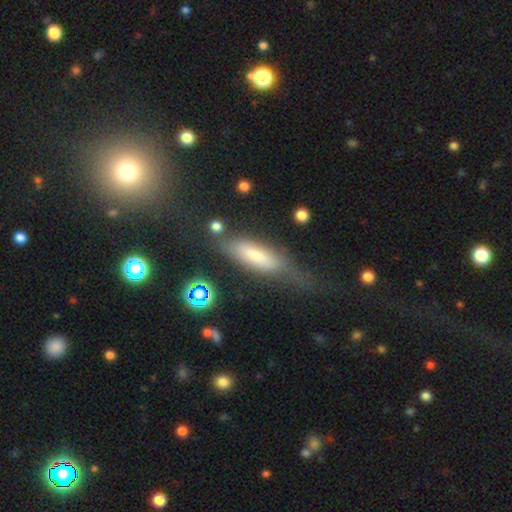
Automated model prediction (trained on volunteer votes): Smooth or featured? smooth (65%)
How rounded? cigar-shaped (50%)
Merging? none (46%)